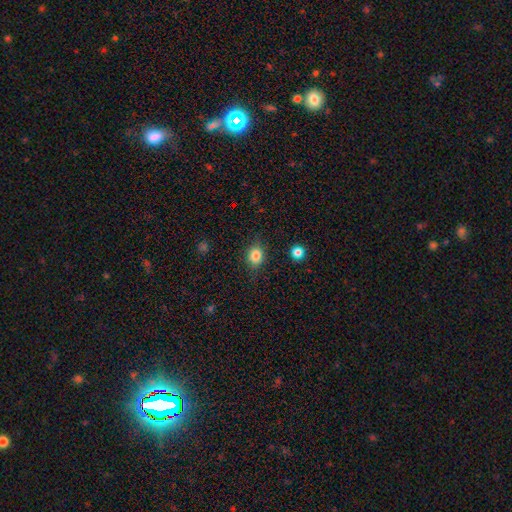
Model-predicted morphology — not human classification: Q: Smooth or featured?
A: smooth (82%); runner-up: star or artifact (11%)
Q: How rounded?
A: in between (50%); runner-up: round (48%)
Q: Merging?
A: none (81%); runner-up: minor disturbance (14%)